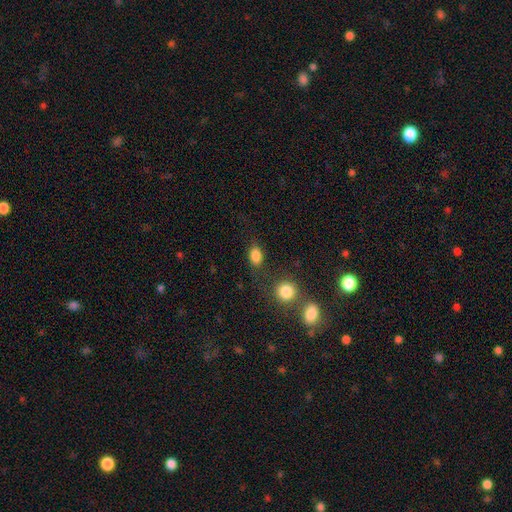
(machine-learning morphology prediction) Q: Smooth or featured?
A: smooth (85%); runner-up: star or artifact (10%)
Q: How rounded?
A: in between (78%); runner-up: round (20%)
Q: Merging?
A: none (75%); runner-up: minor disturbance (14%)